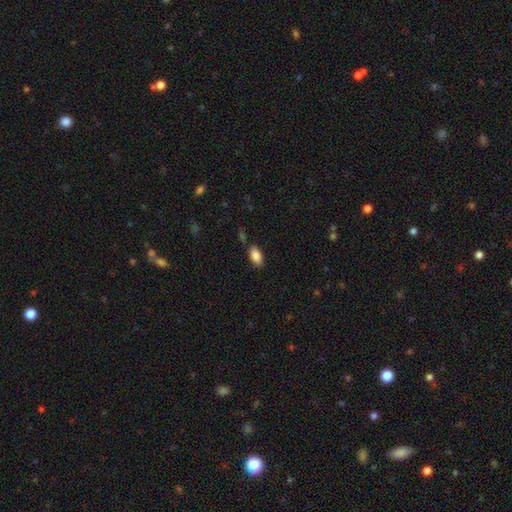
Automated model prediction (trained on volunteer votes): smooth 87%, star or artifact 7%, featured or disk 5%. Down the decision tree: how rounded — in between (93%); merging — none (80%).